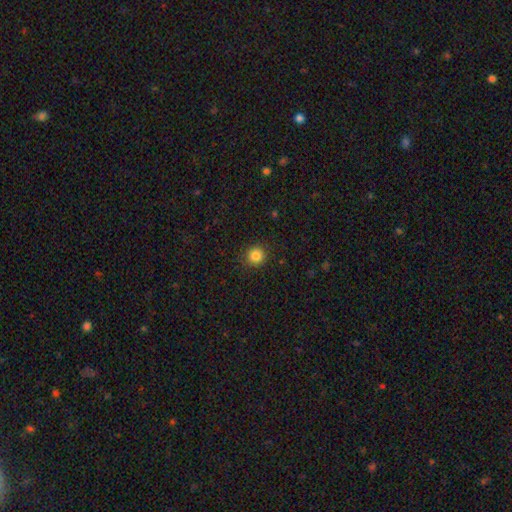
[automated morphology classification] The model was most divided on "smooth or featured": smooth: 84%, star or artifact: 11%, featured or disk: 4%. More confident: how rounded — round (92%); merging — none (91%).